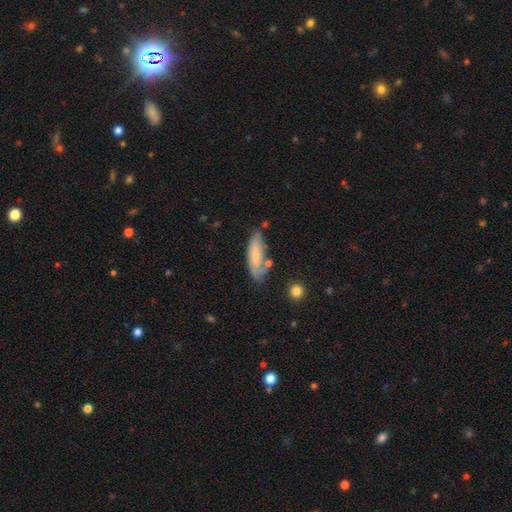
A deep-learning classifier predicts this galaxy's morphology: smooth-or-featured: smooth: 62% | featured or disk: 31% | star or artifact: 7%
  how-rounded: in between: 53% | cigar-shaped: 45% | round: 2%
  merging: none: 60% | minor disturbance: 25% | merger: 8% | major disturbance: 7%